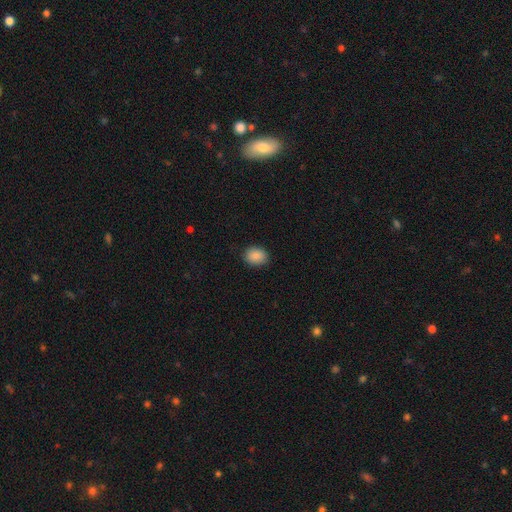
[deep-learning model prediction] Smooth or featured: smooth — 89% (star or artifact — 8%)
How rounded: in between — 57% (round — 42%)
Merging: none — 86% (minor disturbance — 10%)